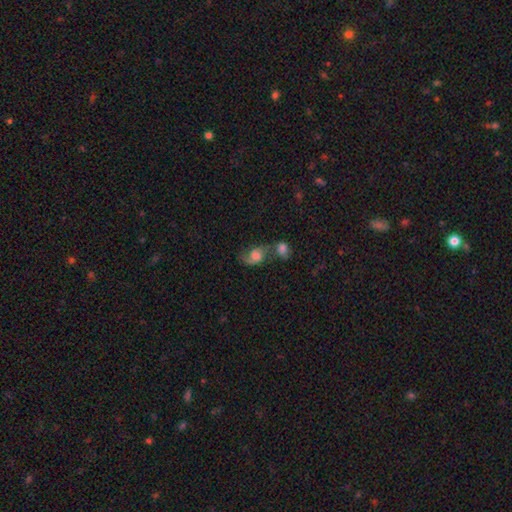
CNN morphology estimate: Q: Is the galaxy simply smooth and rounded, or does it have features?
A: featured or disk — 60%.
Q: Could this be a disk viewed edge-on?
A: no — 97%.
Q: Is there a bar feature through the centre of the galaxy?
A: no — 64%.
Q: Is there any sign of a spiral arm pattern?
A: yes — 88%.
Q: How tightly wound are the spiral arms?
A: loose — 57%.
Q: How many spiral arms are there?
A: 2 — 80%.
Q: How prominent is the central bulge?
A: large — 36%.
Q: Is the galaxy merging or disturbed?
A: merger — 47%.